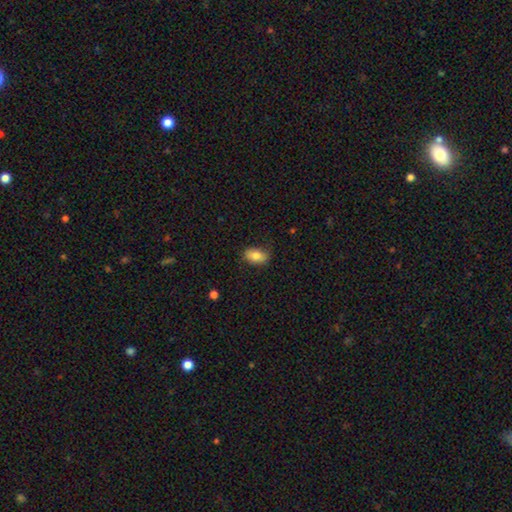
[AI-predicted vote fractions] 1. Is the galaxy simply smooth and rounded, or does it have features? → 81% smooth, 12% featured or disk, 8% star or artifact.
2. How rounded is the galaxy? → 89% in between, 9% round, 2% cigar-shaped.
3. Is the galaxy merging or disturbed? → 76% none, 19% minor disturbance, 4% major disturbance, 1% merger.